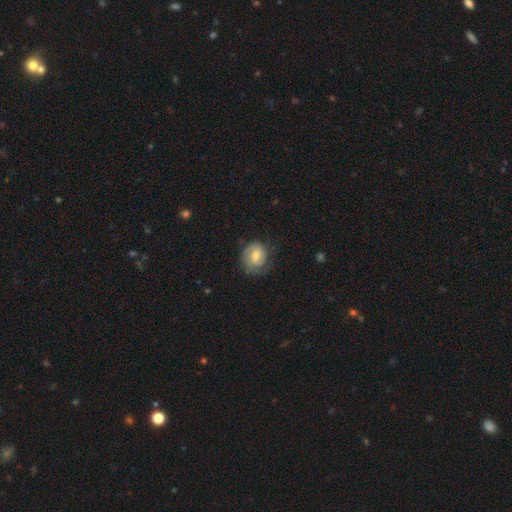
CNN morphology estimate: The model was most divided on "bar" (2-way tie): weak: 45%, no: 45%, strong: 10%. More confident: edge-on disk — no (97%); spiral arms — yes (82%); merging — none (65%); bulge size — moderate (56%); smooth or featured — featured or disk (53%).